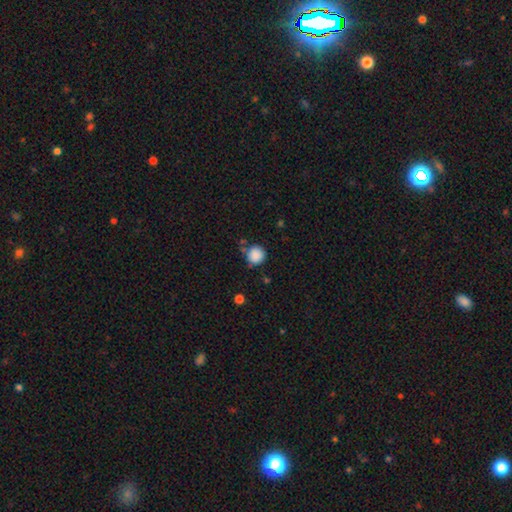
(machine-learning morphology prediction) Smooth or featured?
  - smooth: 87% *
  - star or artifact: 9%
  - featured or disk: 4%
How rounded?
  - round: 92% *
  - in between: 7%
  - cigar-shaped: 1%
Merging?
  - none: 74% *
  - minor disturbance: 15%
  - merger: 7%
  - major disturbance: 4%